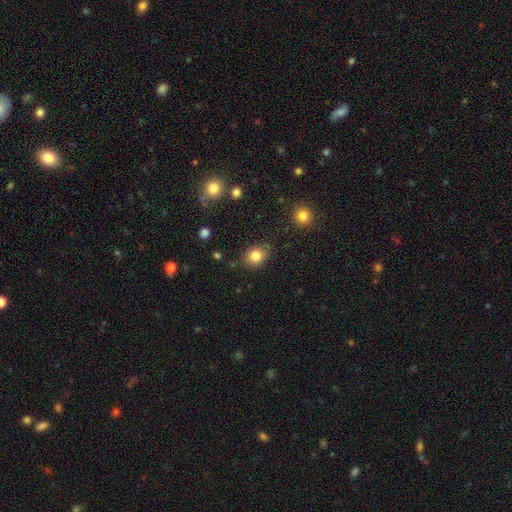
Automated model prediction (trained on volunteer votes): A smooth galaxy with no disk features (83%) that is round (67%). Merging: none (82%).